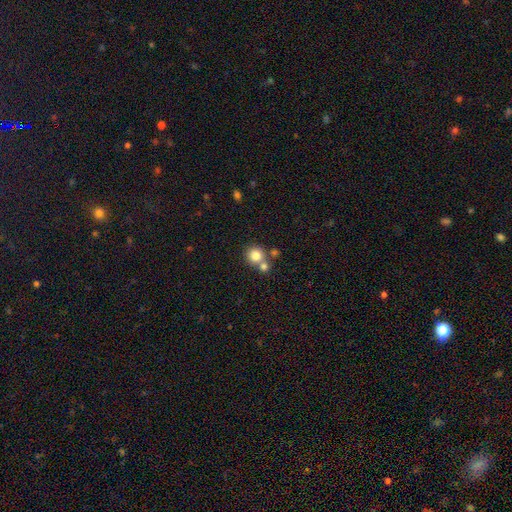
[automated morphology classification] Smooth or featured? Predicted: smooth (p=0.80). How rounded? Predicted: round (p=0.91). Merging? Predicted: none (p=0.57).